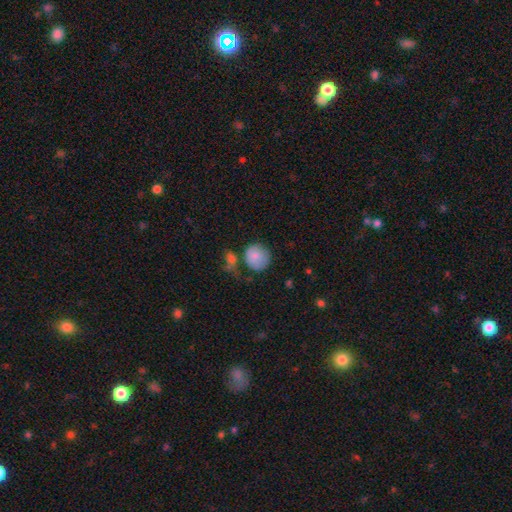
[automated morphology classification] This is clearly a smooth galaxy (84%). How rounded: clearly round (84%). Merging: possibly none (58%).